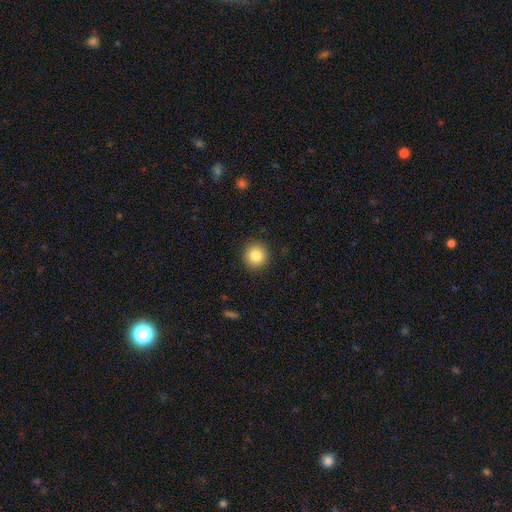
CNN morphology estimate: This appears to be a smooth galaxy with no disk features (85%) that is round (93%). Merging: none (91%).